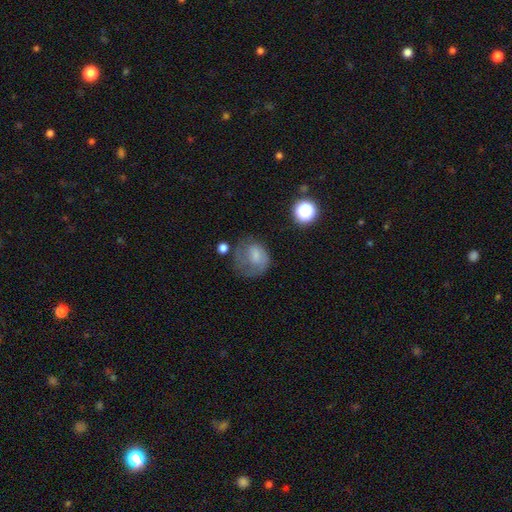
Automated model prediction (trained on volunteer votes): This is possibly a smooth galaxy (59%). How rounded: likely round (65%). Merging: marginally none (36%).